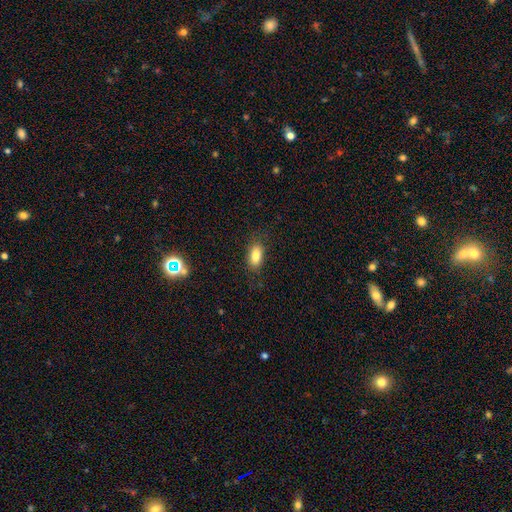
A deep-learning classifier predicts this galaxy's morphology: Smooth or featured? Predicted: smooth (p=0.84). How rounded? Predicted: in between (p=0.89). Merging? Predicted: none (p=0.82).